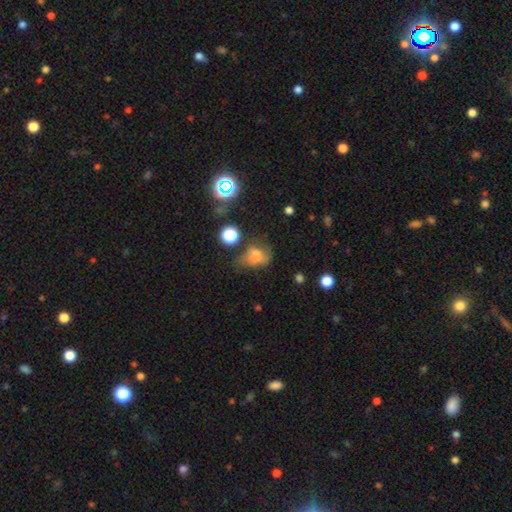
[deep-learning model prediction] Smooth or featured? Predicted: smooth (p=0.64). How rounded? Predicted: in between (p=0.64). Merging? Predicted: none (p=0.31, tied with minor disturbance).